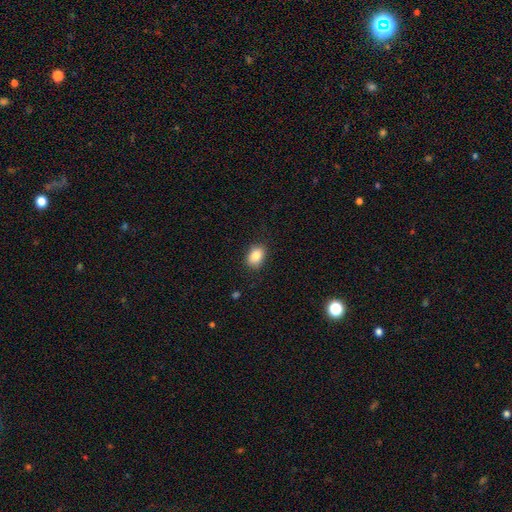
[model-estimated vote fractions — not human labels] smooth_or_featured: smooth (p=0.85) [alt: star or artifact p=0.09]
how_rounded: in between (p=0.76) [alt: round p=0.22]
merging: none (p=0.85) [alt: minor disturbance p=0.11]